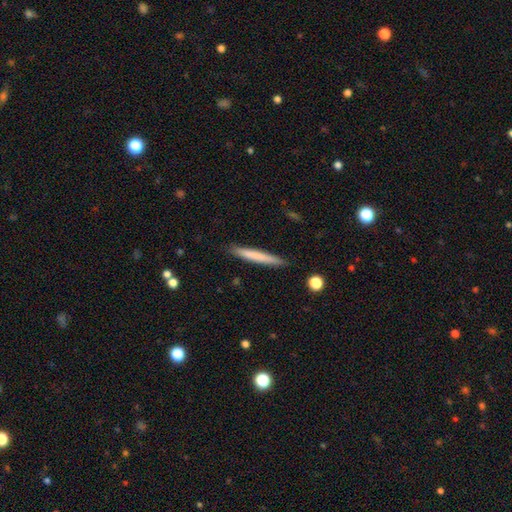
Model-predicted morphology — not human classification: smooth 71%, featured or disk 23%, star or artifact 6%. Down the decision tree: how rounded — cigar-shaped (96%); merging — none (89%).